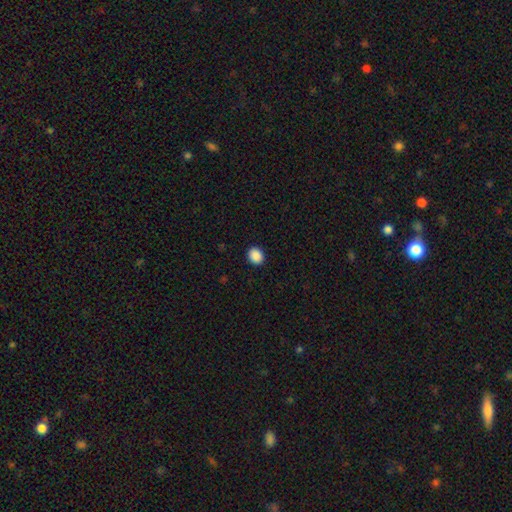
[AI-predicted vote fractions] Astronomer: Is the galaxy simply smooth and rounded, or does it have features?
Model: smooth — 89%.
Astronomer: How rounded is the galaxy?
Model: round — 69%.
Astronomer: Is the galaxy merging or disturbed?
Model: none — 92%.